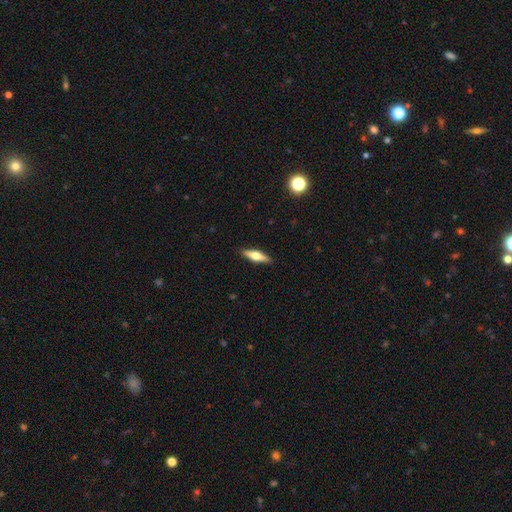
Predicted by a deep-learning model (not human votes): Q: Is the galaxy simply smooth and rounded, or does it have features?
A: featured or disk — 48%.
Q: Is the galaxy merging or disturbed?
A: none — 90%.